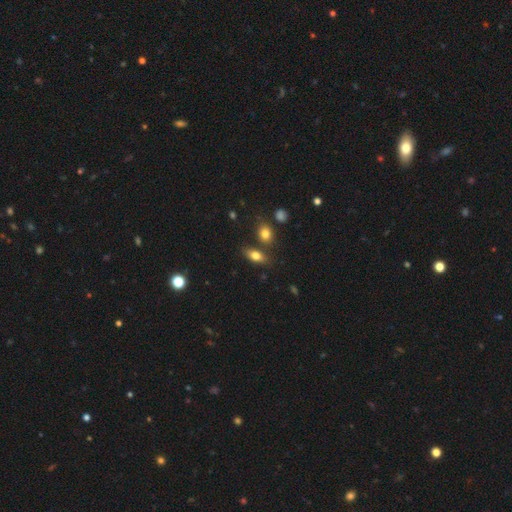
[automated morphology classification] Smooth or featured: smooth — 77% (featured or disk — 13%)
How rounded: in between — 81% (cigar-shaped — 10%)
Merging: none — 69% (merger — 13%)